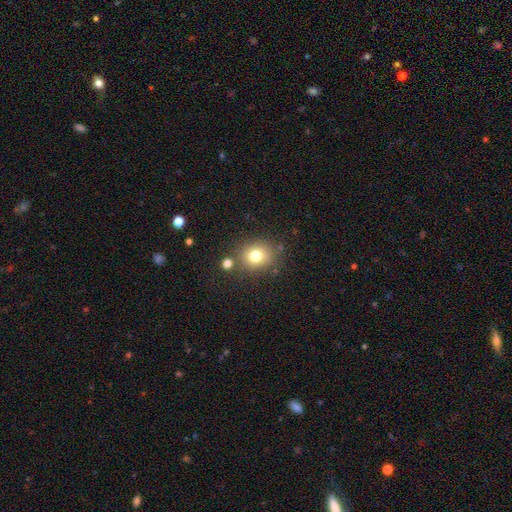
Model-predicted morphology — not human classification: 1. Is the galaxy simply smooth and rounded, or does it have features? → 77% smooth, 13% star or artifact, 10% featured or disk.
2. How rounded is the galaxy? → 73% round, 26% in between, 1% cigar-shaped.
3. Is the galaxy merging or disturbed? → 78% none, 10% minor disturbance, 8% merger, 4% major disturbance.